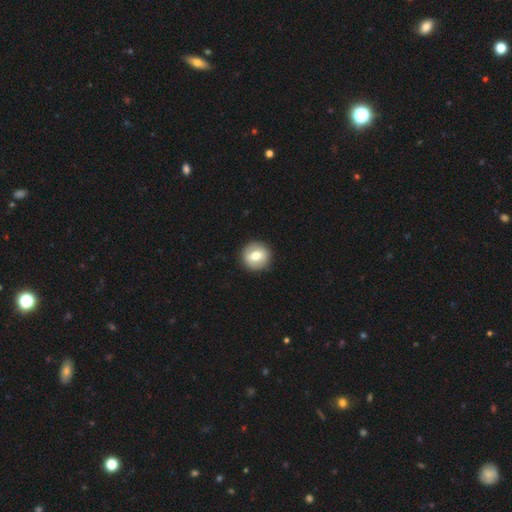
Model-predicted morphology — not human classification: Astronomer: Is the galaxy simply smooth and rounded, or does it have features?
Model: smooth — 66%.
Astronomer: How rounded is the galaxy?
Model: round — 91%.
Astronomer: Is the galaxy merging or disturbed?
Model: none — 91%.